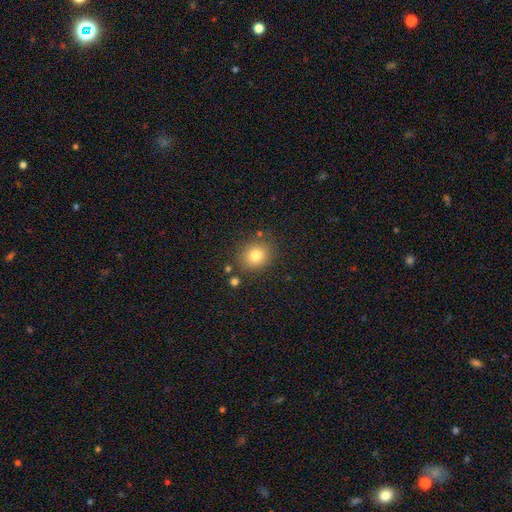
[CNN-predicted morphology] Q: Smooth or featured?
A: smooth (80%); runner-up: star or artifact (12%)
Q: How rounded?
A: round (75%); runner-up: in between (24%)
Q: Merging?
A: none (82%); runner-up: minor disturbance (11%)